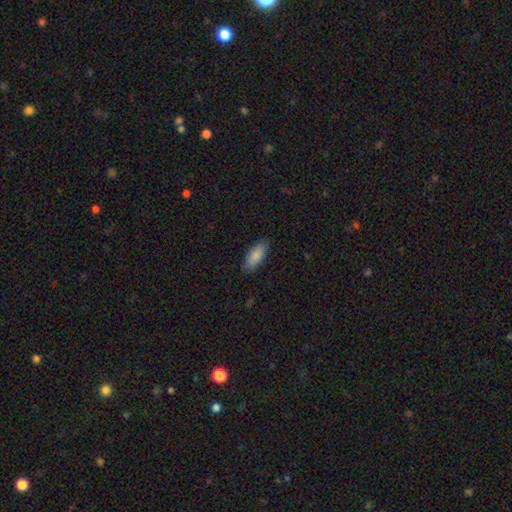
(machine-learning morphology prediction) This appears to be a smooth galaxy with no disk features (87%) that is in between round and cigar-shaped (77%). Merging: none (85%).